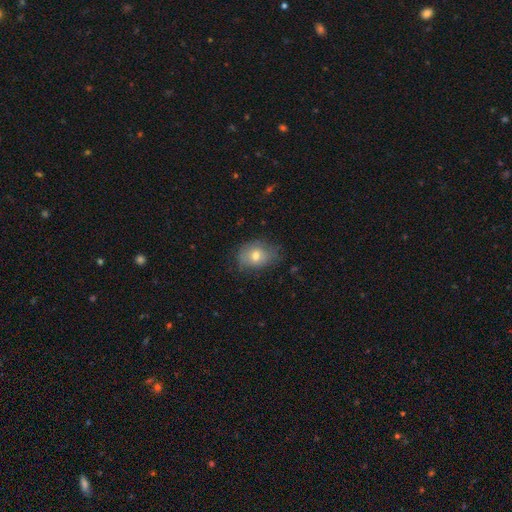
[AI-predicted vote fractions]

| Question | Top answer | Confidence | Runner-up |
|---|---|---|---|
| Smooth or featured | smooth | 70% | featured or disk (21%) |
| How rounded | in between | 68% | round (31%) |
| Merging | none | 62% | minor disturbance (28%) |